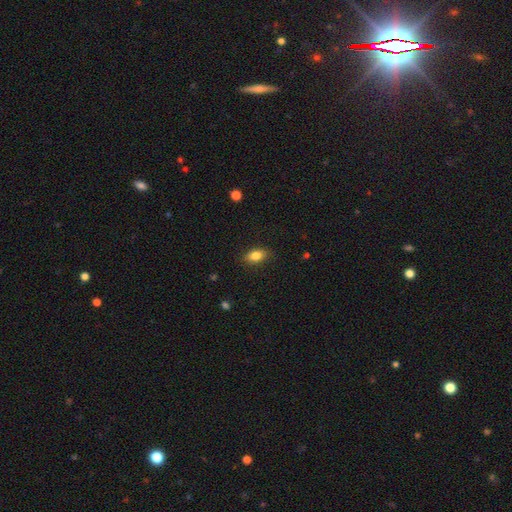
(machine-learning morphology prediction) Q: Smooth or featured?
A: smooth (83%); runner-up: featured or disk (9%)
Q: How rounded?
A: in between (84%); runner-up: round (11%)
Q: Merging?
A: none (86%); runner-up: minor disturbance (11%)